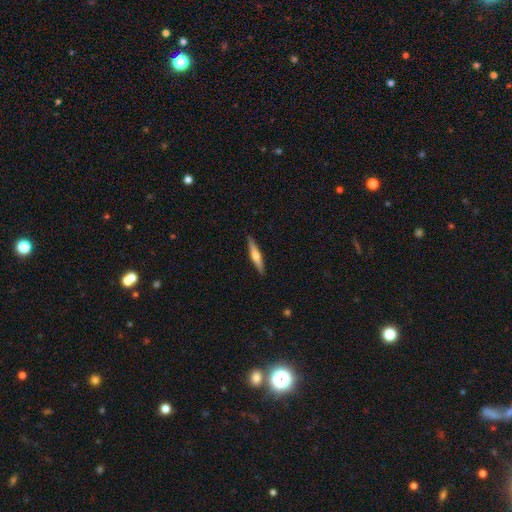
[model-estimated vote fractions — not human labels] Smooth or featured? featured or disk (56%)
Edge-on disk? yes (96%)
Edge-on bulge? rounded (87%)
Merging? none (90%)